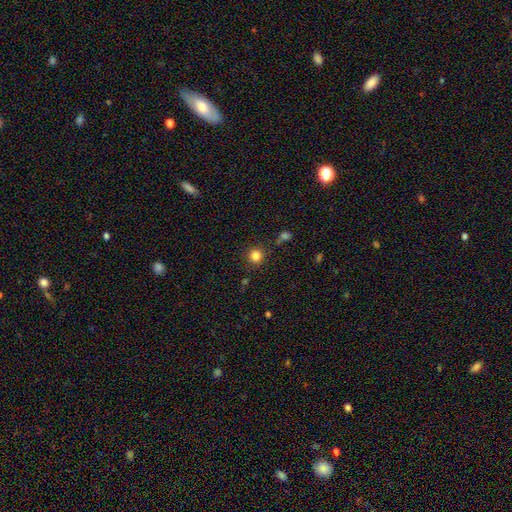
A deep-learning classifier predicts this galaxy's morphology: smooth 82%, star or artifact 13%, featured or disk 5%. Down the decision tree: how rounded — round (92%); merging — none (86%).